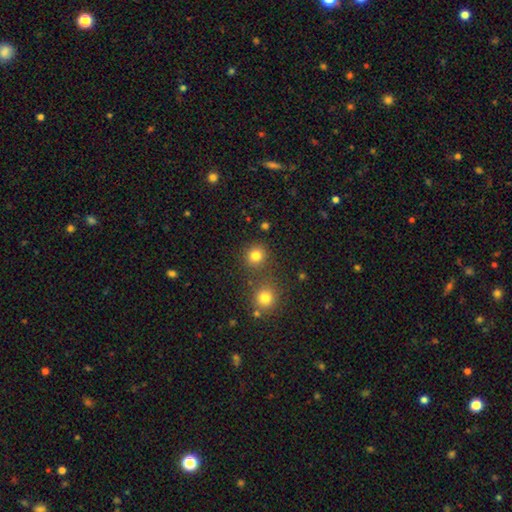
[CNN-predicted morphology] A smooth galaxy with no disk features (81%) that is round (90%). Merging: none (80%).